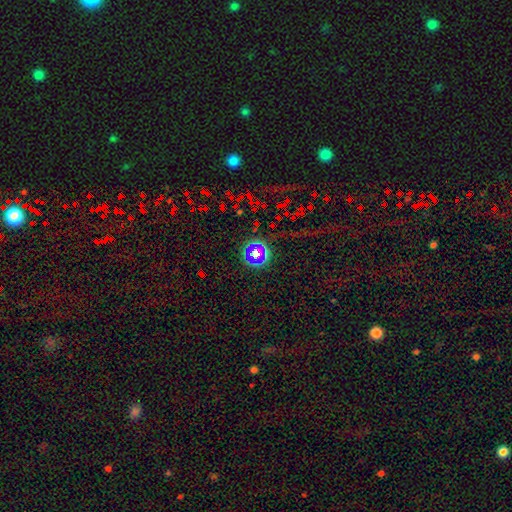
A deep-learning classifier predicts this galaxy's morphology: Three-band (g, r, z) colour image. It shows a star or artifact, not a galaxy (55%).